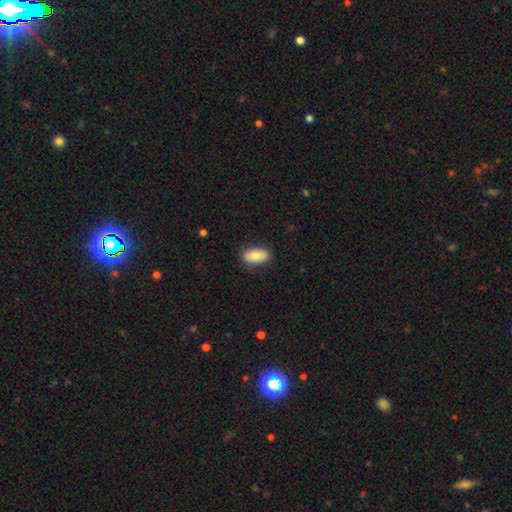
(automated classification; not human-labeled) Smooth or featured? Predicted: smooth (p=0.83). How rounded? Predicted: in between (p=0.91). Merging? Predicted: none (p=0.87).